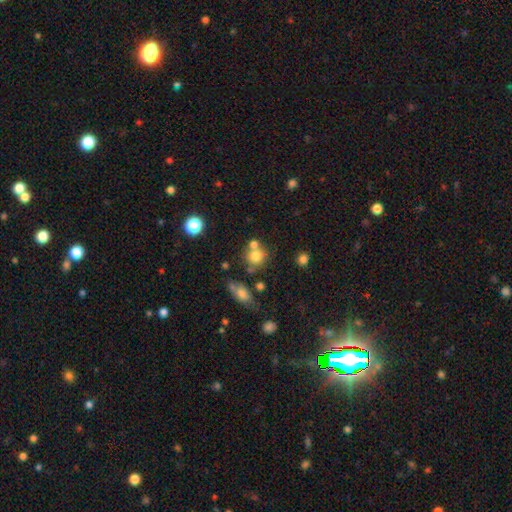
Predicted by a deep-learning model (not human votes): A smooth galaxy with no disk features (75%) that is round (84%). Merging: none (55%).